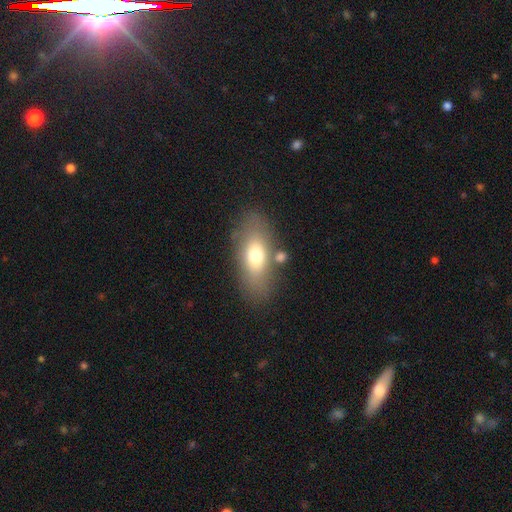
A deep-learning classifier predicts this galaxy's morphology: Smooth or featured? Predicted: smooth (p=0.69). How rounded? Predicted: in between (p=0.83). Merging? Predicted: none (p=0.70).